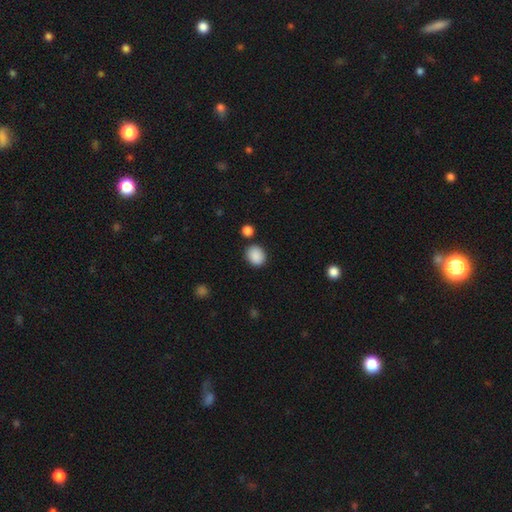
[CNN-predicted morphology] smooth 89%, star or artifact 8%, featured or disk 3%. Down the decision tree: how rounded — round (63%); merging — none (82%).